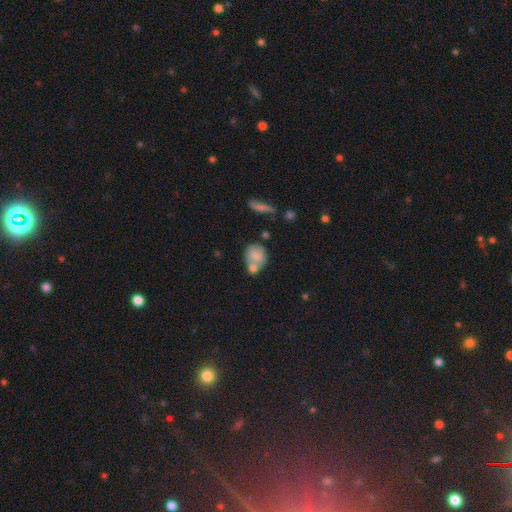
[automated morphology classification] A smooth galaxy with no disk features (75%) that is round (54%). Merging: merger (41%).